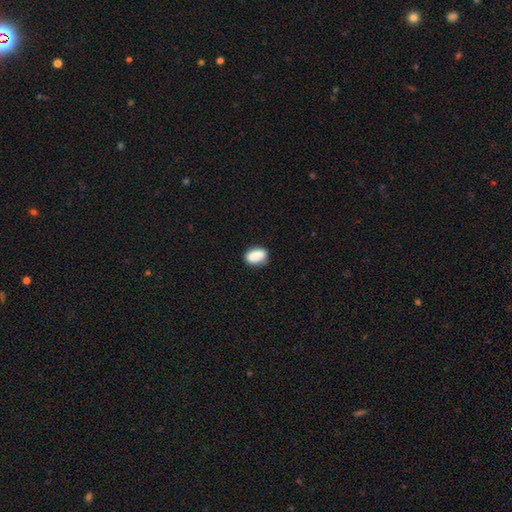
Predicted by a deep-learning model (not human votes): Smooth or featured? smooth (88%)
How rounded? in between (85%)
Merging? none (81%)